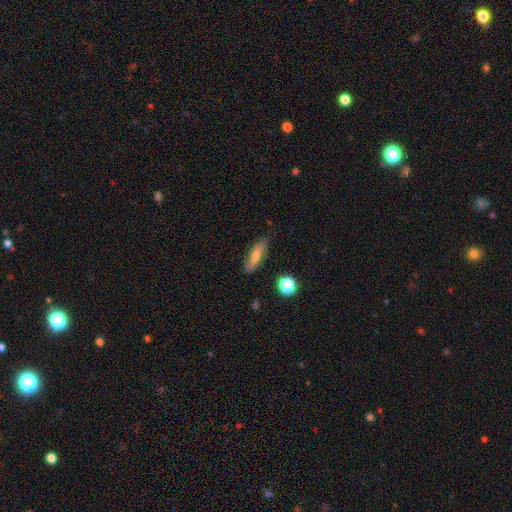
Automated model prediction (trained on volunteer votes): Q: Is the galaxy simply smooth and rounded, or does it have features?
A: featured or disk — 45%, tied with smooth.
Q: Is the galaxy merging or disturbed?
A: none — 82%.